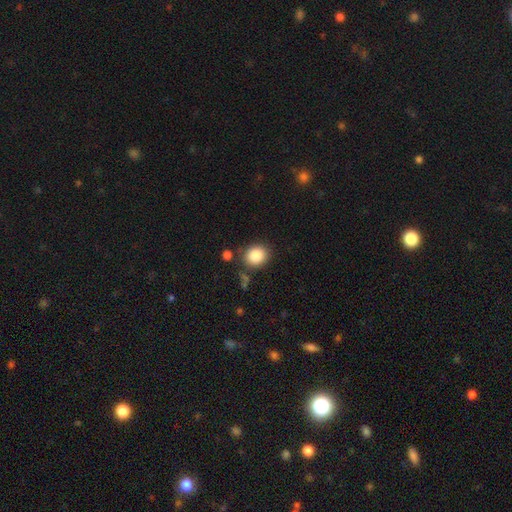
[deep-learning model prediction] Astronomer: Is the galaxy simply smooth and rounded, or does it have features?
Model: smooth — 86%.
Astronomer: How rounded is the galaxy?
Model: round — 66%.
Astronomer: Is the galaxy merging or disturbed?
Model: none — 80%.